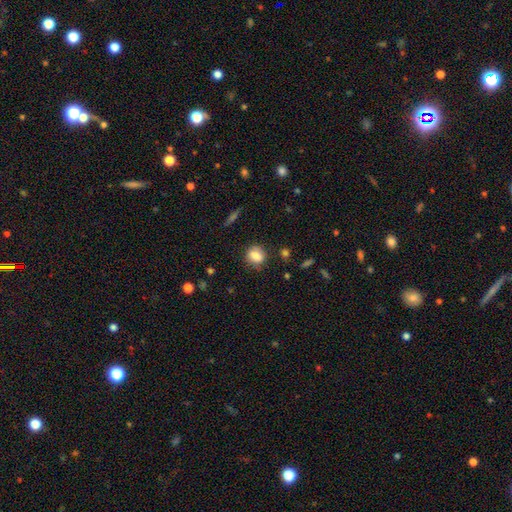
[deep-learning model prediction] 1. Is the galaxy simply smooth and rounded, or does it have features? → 78% smooth, 13% featured or disk, 9% star or artifact.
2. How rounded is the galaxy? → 55% round, 43% in between, 2% cigar-shaped.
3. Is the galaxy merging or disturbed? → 74% none, 18% minor disturbance, 5% major disturbance, 3% merger.